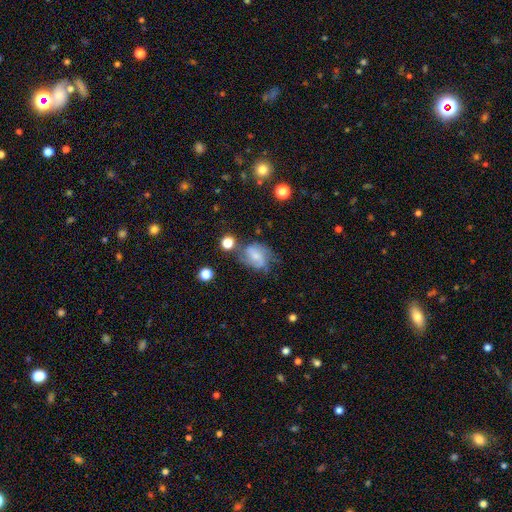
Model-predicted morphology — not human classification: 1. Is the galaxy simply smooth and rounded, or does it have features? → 55% featured or disk, 35% smooth, 10% star or artifact.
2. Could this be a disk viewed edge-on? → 96% no, 4% yes.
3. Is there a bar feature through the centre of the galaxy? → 44% weak, 42% no, 14% strong.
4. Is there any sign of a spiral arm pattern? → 83% yes, 17% no.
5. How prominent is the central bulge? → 41% small, 32% moderate, 19% none, 7% large, 2% dominant.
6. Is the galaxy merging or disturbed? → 48% none, 26% minor disturbance, 17% major disturbance, 9% merger.